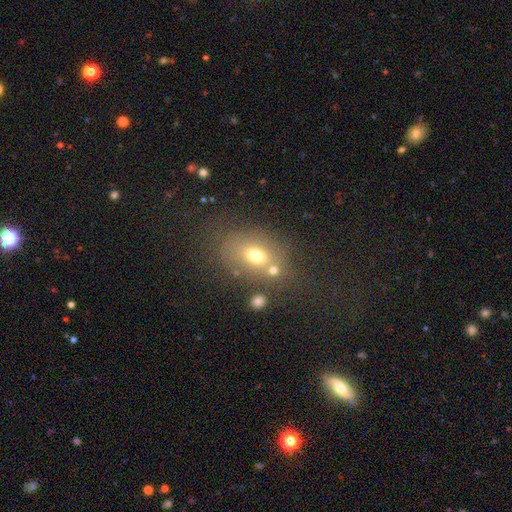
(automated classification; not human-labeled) Overall: smooth (65%). How rounded: in between (73%). Merging: none (57%; merger 18%).